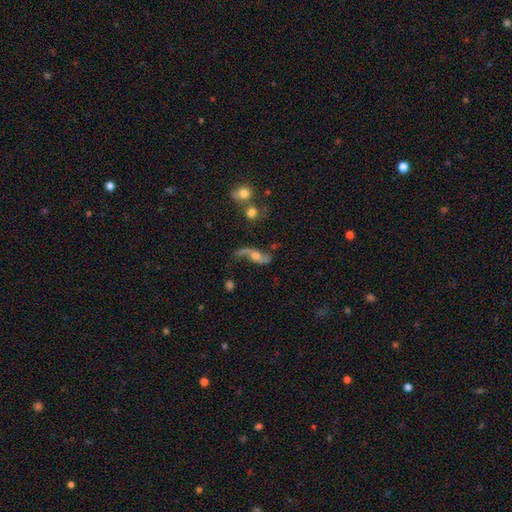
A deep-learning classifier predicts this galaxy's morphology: This appears to be a featured or disk galaxy (72%) with no bar (64%), 2 (80%) loose (88%) spiral arms (87%) and a moderate central bulge (55%). Merging: none (47%).